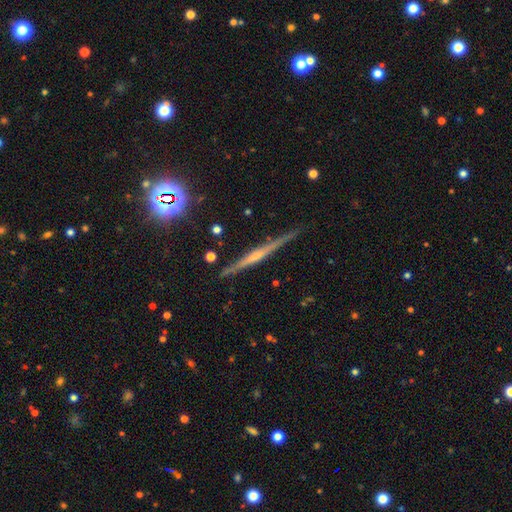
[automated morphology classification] smooth_or_featured: featured or disk (p=0.76) [alt: smooth p=0.15]
disk_edge_on: yes (p=0.98) [alt: no p=0.02]
edge_on_bulge: rounded (p=0.60) [alt: none p=0.28]
merging: none (p=0.89) [alt: minor disturbance p=0.08]